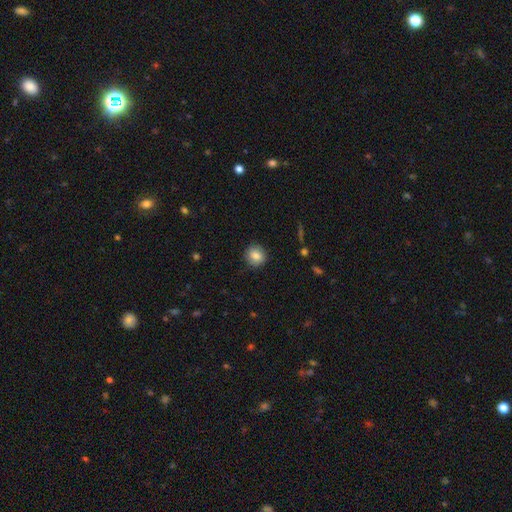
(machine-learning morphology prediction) smooth-or-featured: smooth: 83% | star or artifact: 9% | featured or disk: 8%
  how-rounded: round: 86% | in between: 13% | cigar-shaped: 1%
  merging: none: 88% | minor disturbance: 9% | major disturbance: 2% | merger: 1%